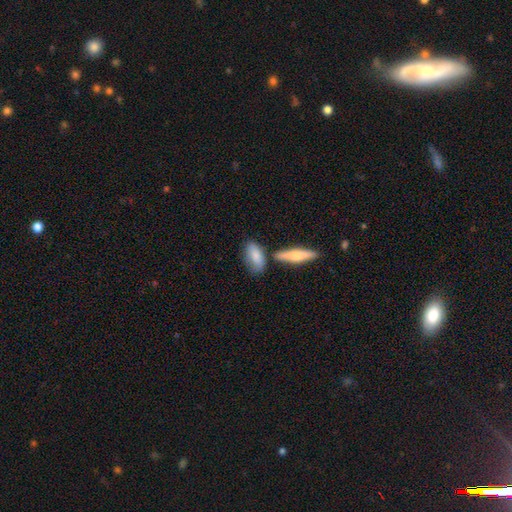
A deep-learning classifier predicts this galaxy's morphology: This appears to be a smooth galaxy with no disk features (77%) that is in between round and cigar-shaped (84%). Merging: none (55%).